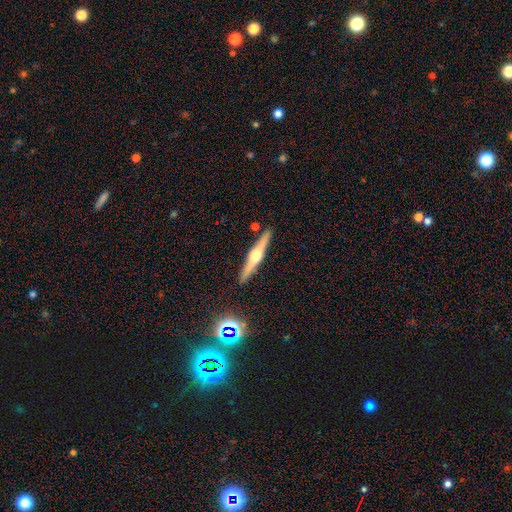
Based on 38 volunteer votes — smooth_or_featured: featured or disk (p=0.79) [alt: smooth p=0.18]
disk_edge_on: yes (p=0.97) [alt: no p=0.03]
edge_on_bulge: rounded (p=0.93) [alt: boxy p=0.07]
merging: none (p=0.97) [alt: minor disturbance p=0.03]